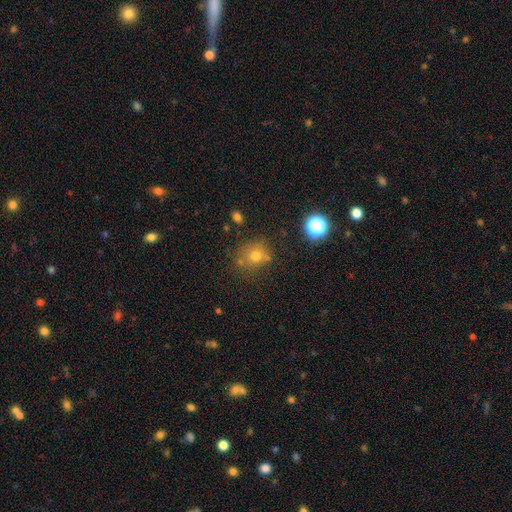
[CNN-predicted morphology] This appears to be a smooth galaxy with no disk features (67%) that is round (79%). Merging: none (71%).